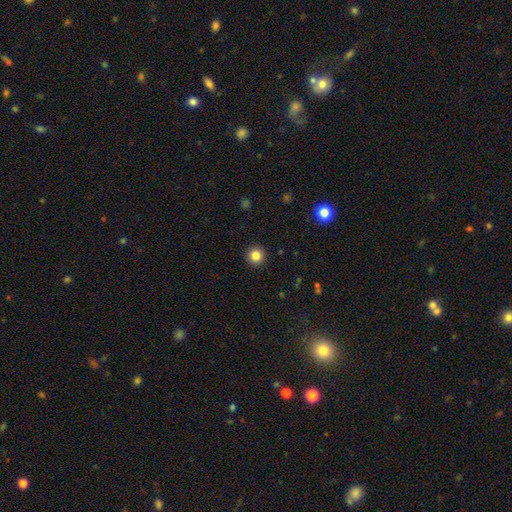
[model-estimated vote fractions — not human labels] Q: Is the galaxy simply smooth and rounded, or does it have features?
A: smooth — 84%.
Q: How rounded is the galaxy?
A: round — 96%.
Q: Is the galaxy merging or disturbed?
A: none — 93%.